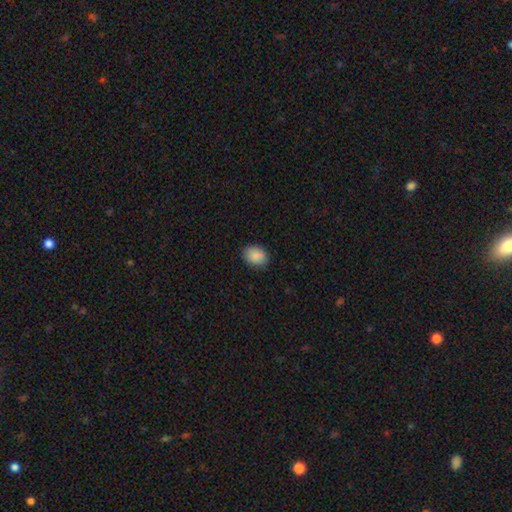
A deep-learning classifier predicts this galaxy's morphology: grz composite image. It shows a smooth galaxy with no disk features (89%) that is in between round and cigar-shaped (65%). Merging: none (86%).